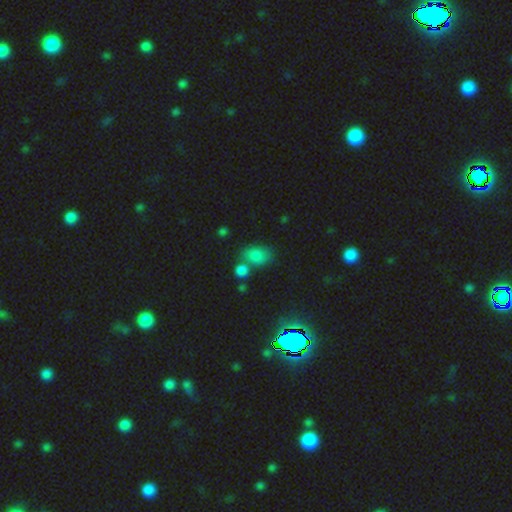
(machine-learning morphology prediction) Smooth or featured? Predicted: smooth (p=0.78). How rounded? Predicted: in between (p=0.74). Merging? Predicted: none (p=0.51).